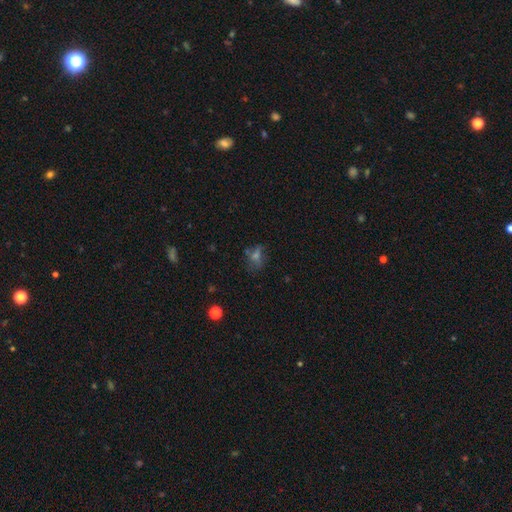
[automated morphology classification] Smooth or featured: smooth — 43% (star or artifact — 31%)
Merging: none — 54% (minor disturbance — 20%)